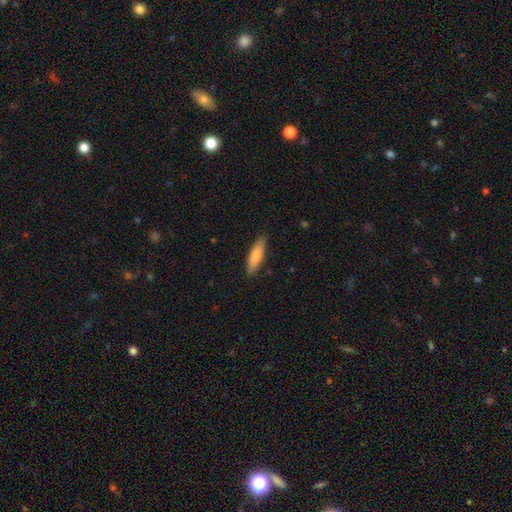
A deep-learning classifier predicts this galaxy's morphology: smooth-or-featured: smooth: 81% | featured or disk: 14% | star or artifact: 5%
  how-rounded: cigar-shaped: 60% | in between: 39% | round: 1%
  merging: none: 86% | minor disturbance: 11% | major disturbance: 2% | merger: 1%